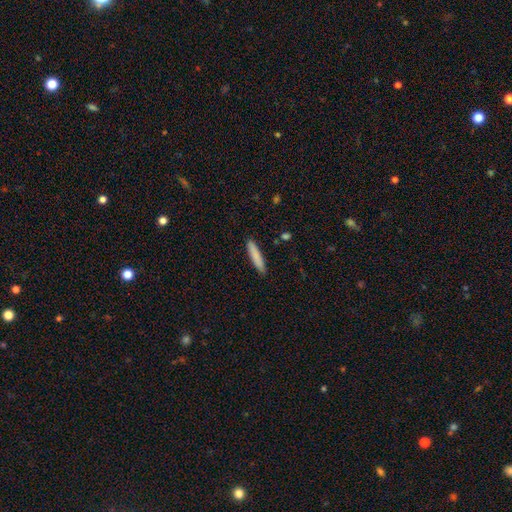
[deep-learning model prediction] Morphology: type=smooth (84%); roundness=cigar-shaped (90%); merging=none (89%).